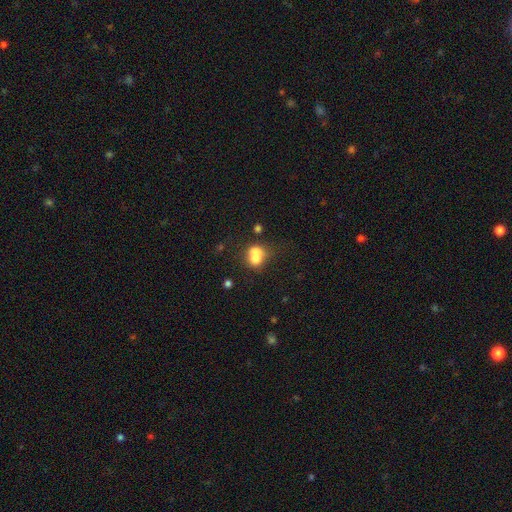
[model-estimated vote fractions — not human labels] The model was most divided on "how rounded": round: 62%, in between: 37%, cigar-shaped: 1%. More confident: smooth or featured — smooth (69%); merging — merger (56%).